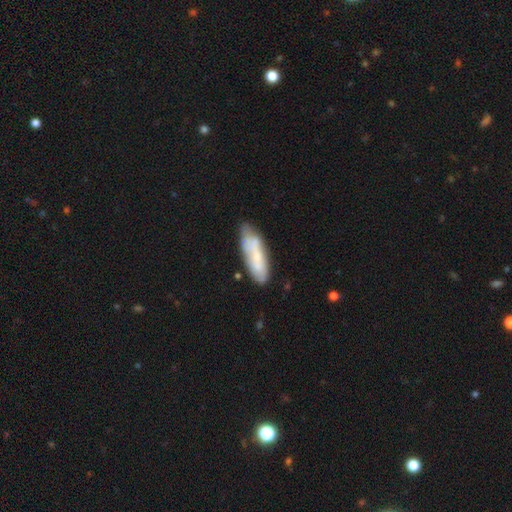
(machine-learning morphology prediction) Smooth or featured: smooth — 57% (featured or disk — 36%)
How rounded: cigar-shaped — 50% (in between — 49%)
Merging: none — 61% (minor disturbance — 25%)